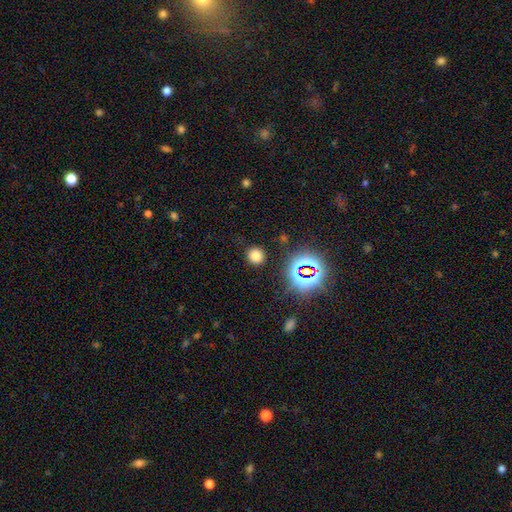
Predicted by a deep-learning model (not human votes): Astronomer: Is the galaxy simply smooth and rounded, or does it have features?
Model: smooth — 73%.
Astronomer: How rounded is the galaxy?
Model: round — 90%.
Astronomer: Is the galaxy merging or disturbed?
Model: none — 88%.